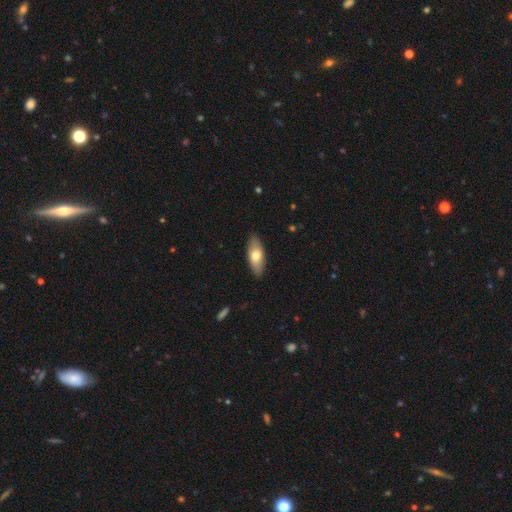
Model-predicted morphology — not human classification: Smooth or featured? Predicted: smooth (p=0.70). How rounded? Predicted: in between (p=0.80). Merging? Predicted: none (p=0.87).